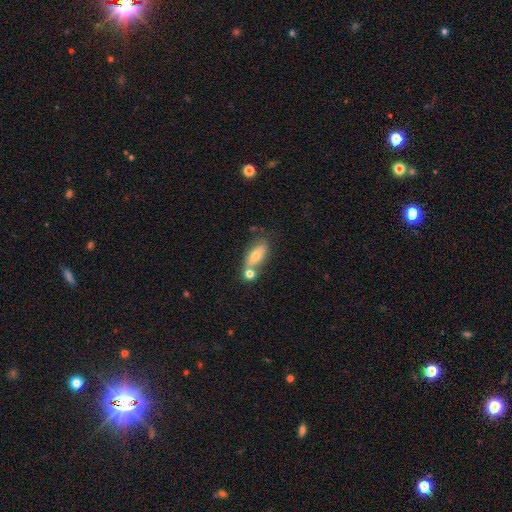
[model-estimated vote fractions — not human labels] The model was most divided on "merging": none: 47%, merger: 33%, minor disturbance: 14%, major disturbance: 5%. More confident: how rounded — in between (78%); smooth or featured — smooth (62%).